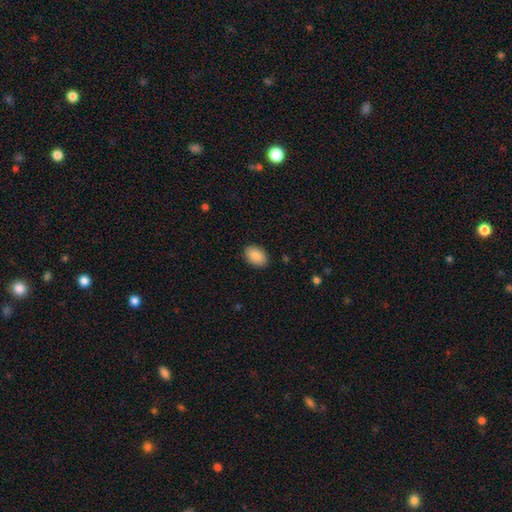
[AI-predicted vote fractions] Smooth or featured: smooth — 90% (star or artifact — 7%)
How rounded: in between — 88% (round — 10%)
Merging: none — 88% (minor disturbance — 9%)